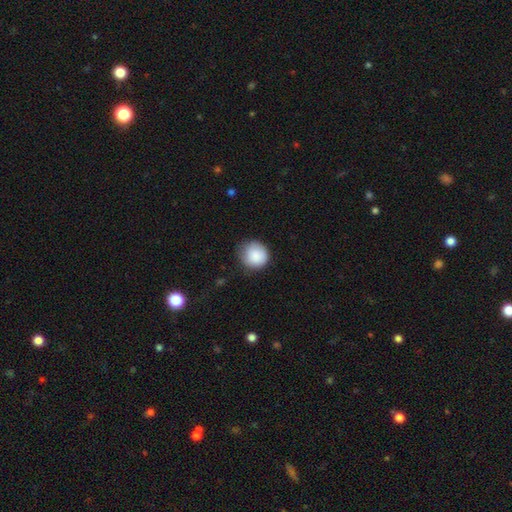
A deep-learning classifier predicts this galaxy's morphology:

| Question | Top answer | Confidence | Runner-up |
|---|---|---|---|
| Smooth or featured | smooth | 87% | star or artifact (8%) |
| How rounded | round | 90% | in between (9%) |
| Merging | none | 73% | minor disturbance (21%) |